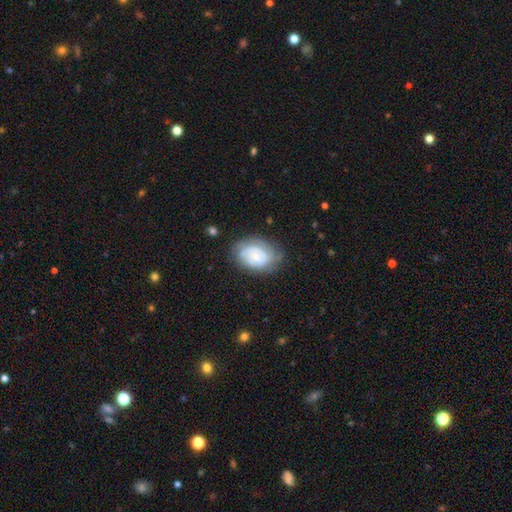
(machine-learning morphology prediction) Smooth or featured?
  - featured or disk: 68% *
  - smooth: 25%
  - star or artifact: 7%
Edge-on disk?
  - no: 97% *
  - yes: 3%
Bar?
  - no: 55% *
  - weak: 38%
  - strong: 7%
Spiral arms?
  - yes: 88% *
  - no: 12%
Spiral winding?
  - tight: 59% *
  - medium: 32%
  - loose: 9%
Spiral arm count?
  - 2: 43% *
  - can't tell: 32%
  - 3: 12%
  - 1: 7%
  - 4: 3%
  - more than 4: 3%
Bulge size?
  - small: 61% *
  - moderate: 26%
  - none: 8%
  - large: 3%
  - dominant: 1%
Merging?
  - none: 67% *
  - minor disturbance: 23%
  - major disturbance: 9%
  - merger: 2%